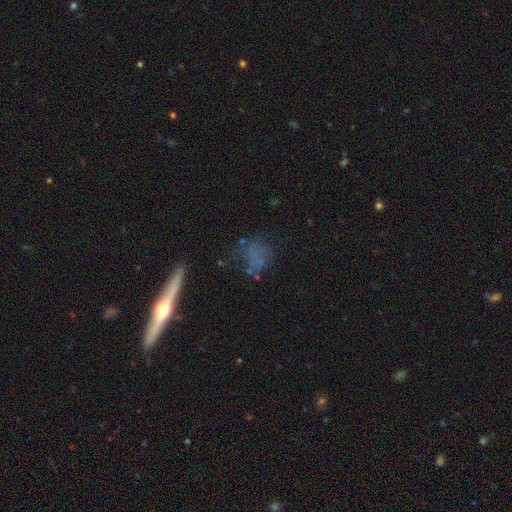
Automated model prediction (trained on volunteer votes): A smooth galaxy with no disk features (46%). Merging: none (48%).